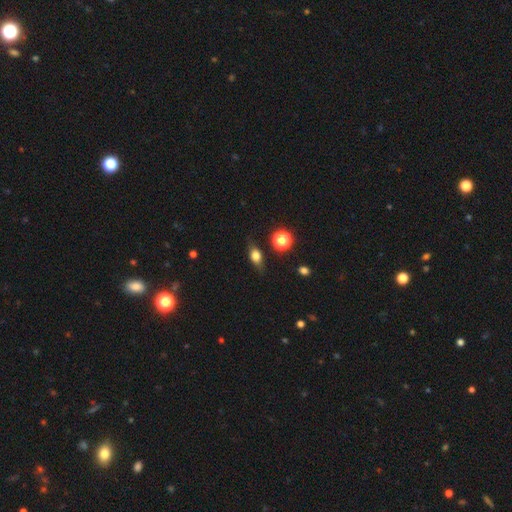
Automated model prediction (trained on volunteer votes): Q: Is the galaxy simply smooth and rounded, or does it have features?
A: smooth — 64%.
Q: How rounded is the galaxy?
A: in between — 60%.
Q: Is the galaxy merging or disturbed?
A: none — 77%.